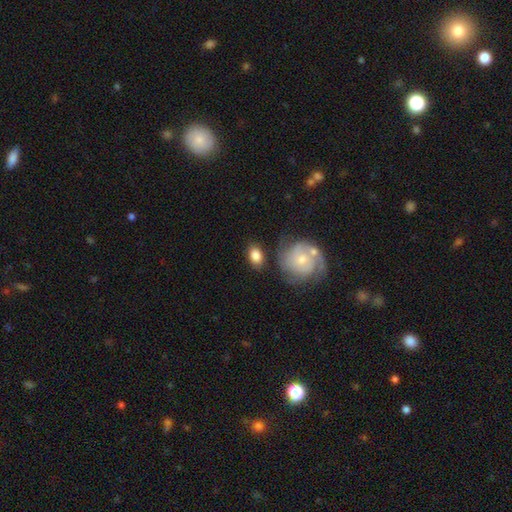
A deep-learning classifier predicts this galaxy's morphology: Smooth or featured: smooth — 78% (featured or disk — 16%)
How rounded: in between — 81% (round — 17%)
Merging: none — 72% (minor disturbance — 15%)